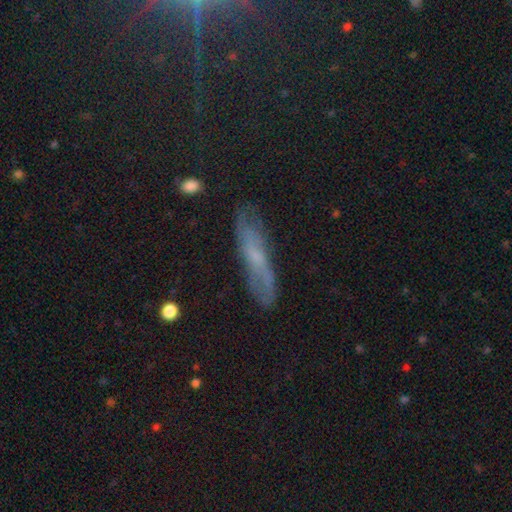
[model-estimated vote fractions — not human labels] featured or disk 48%, smooth 37%, star or artifact 15%. Down the decision tree: merging — none (77%).